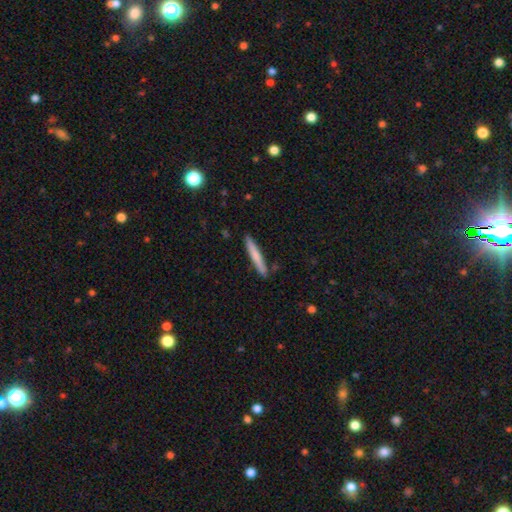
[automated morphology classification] Smooth or featured? Predicted: smooth (p=0.72). How rounded? Predicted: cigar-shaped (p=0.95). Merging? Predicted: none (p=0.88).